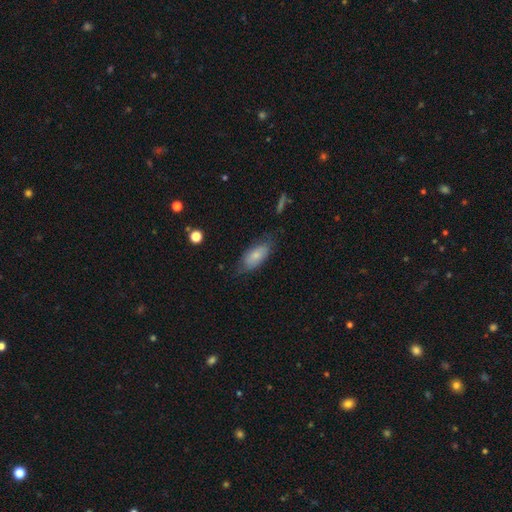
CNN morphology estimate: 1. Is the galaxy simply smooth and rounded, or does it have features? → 73% smooth, 20% featured or disk, 6% star or artifact.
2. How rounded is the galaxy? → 87% in between, 10% cigar-shaped, 3% round.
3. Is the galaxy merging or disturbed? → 65% none, 26% minor disturbance, 7% major disturbance, 2% merger.